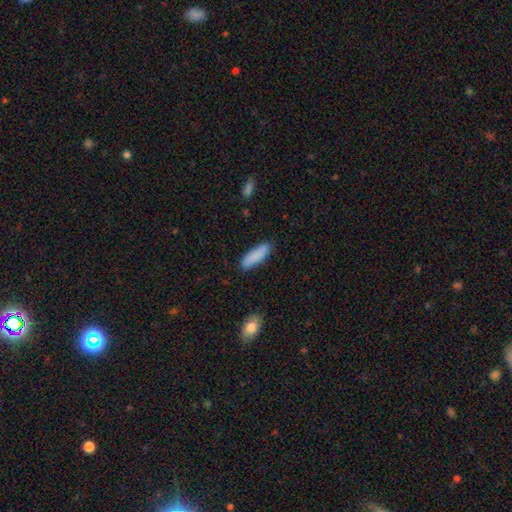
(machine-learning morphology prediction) Overall: smooth (87%). How rounded: cigar-shaped (57%; in between 41%). Merging: none (85%).